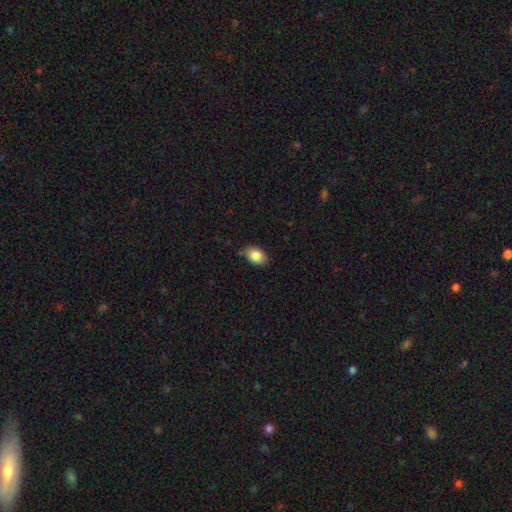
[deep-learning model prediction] A smooth galaxy with no disk features (86%) that is in between round and cigar-shaped (81%).

Vote fractions:
- Smooth or featured? smooth: 86% / star or artifact: 8% / featured or disk: 6%
- How rounded? in between: 81% / round: 17% / cigar-shaped: 1%
- Merging? none: 78% / minor disturbance: 18% / major disturbance: 3% / merger: 2%